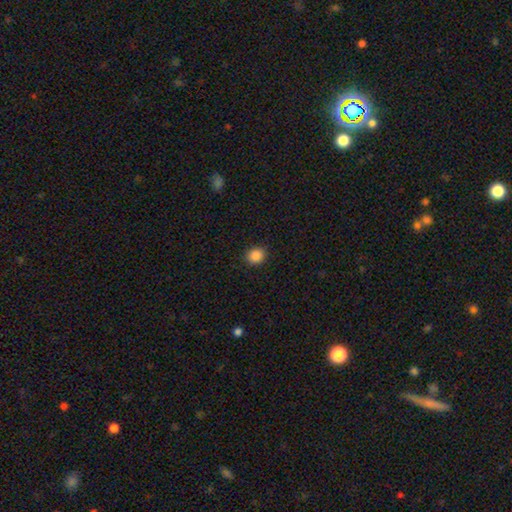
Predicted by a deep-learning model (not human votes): smooth 87%, star or artifact 10%, featured or disk 3%. Down the decision tree: how rounded — round (76%); merging — none (90%).